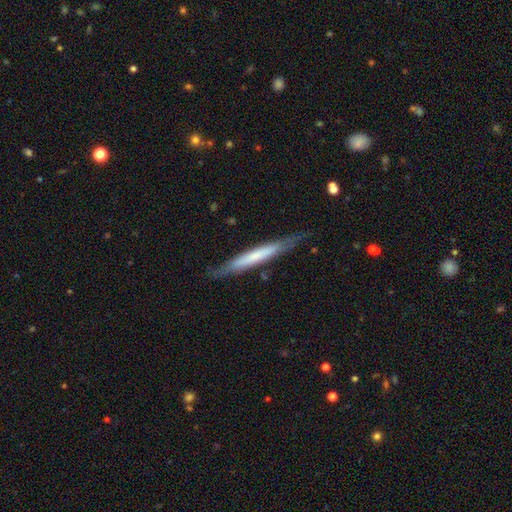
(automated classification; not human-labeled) Morphology: type=smooth (49%); merging=none (80%).